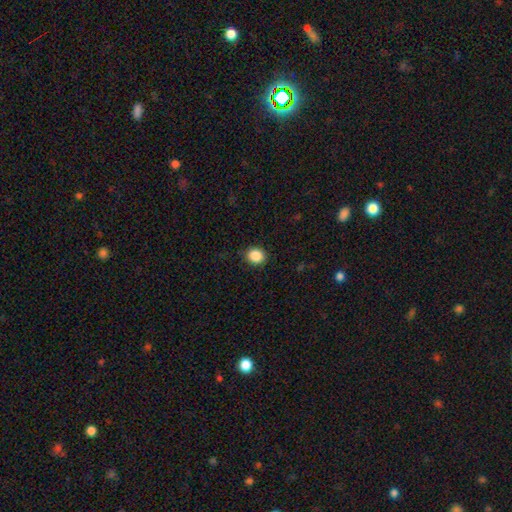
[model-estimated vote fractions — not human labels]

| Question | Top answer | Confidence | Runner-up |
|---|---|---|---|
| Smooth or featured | smooth | 87% | star or artifact (10%) |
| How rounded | round | 79% | in between (21%) |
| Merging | none | 89% | minor disturbance (7%) |